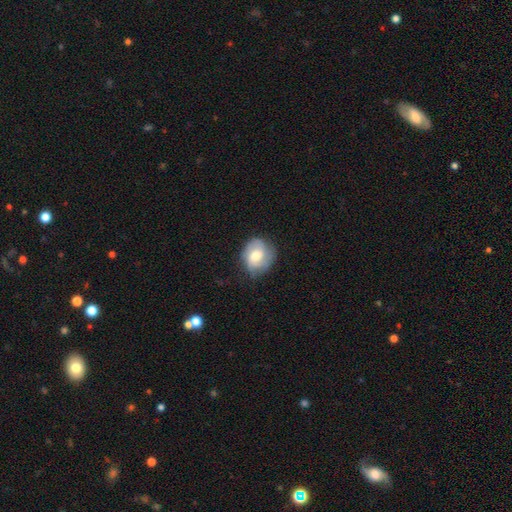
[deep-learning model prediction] This is possibly a featured or disk galaxy (51%). It is clearly not viewed edge-on (97%). Merging: likely none (67%).